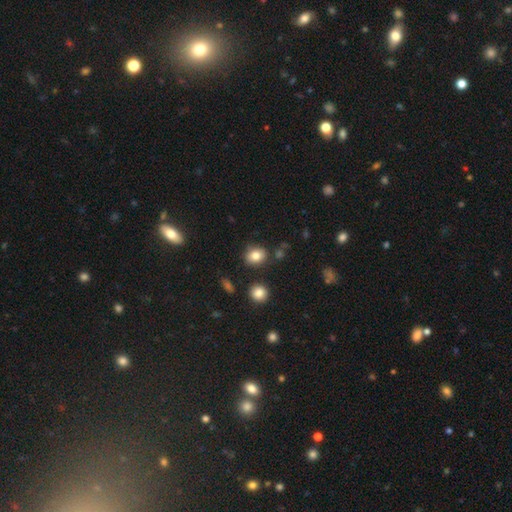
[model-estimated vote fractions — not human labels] This is clearly a smooth galaxy (82%). How rounded: likely round (61%). Merging: clearly none (82%).